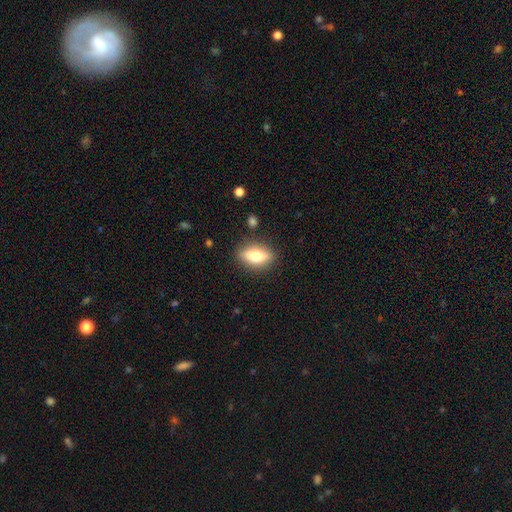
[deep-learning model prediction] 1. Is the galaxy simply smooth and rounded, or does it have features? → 67% smooth, 26% featured or disk, 8% star or artifact.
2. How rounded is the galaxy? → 74% in between, 20% cigar-shaped, 6% round.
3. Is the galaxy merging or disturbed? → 84% none, 10% minor disturbance, 3% major disturbance, 2% merger.